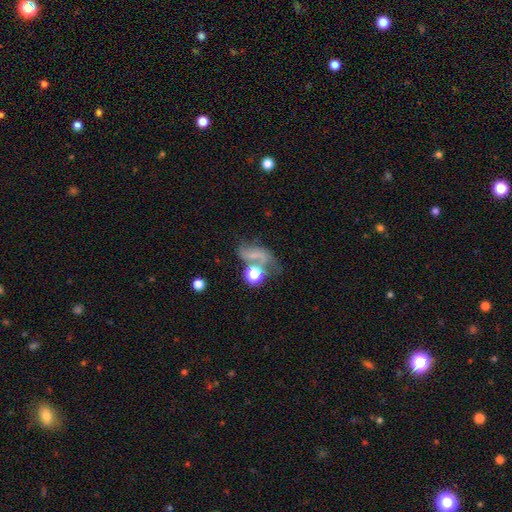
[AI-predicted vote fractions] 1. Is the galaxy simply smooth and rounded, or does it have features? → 45% featured or disk, 35% smooth, 20% star or artifact.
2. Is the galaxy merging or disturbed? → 35% none, 25% major disturbance, 21% merger, 19% minor disturbance.